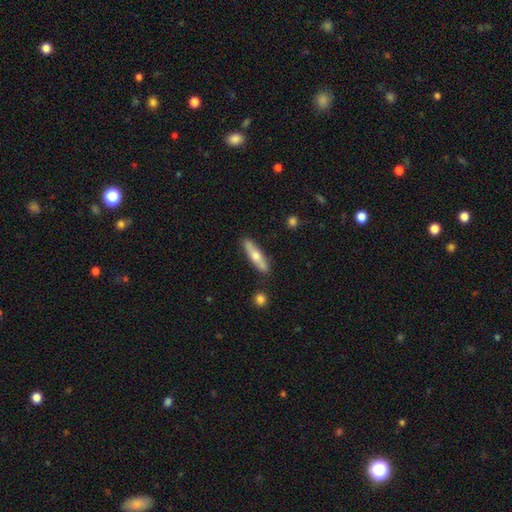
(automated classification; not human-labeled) smooth-or-featured: smooth: 54% | featured or disk: 40% | star or artifact: 6%
  how-rounded: cigar-shaped: 77% | in between: 21% | round: 2%
  merging: none: 86% | minor disturbance: 9% | merger: 2% | major disturbance: 2%